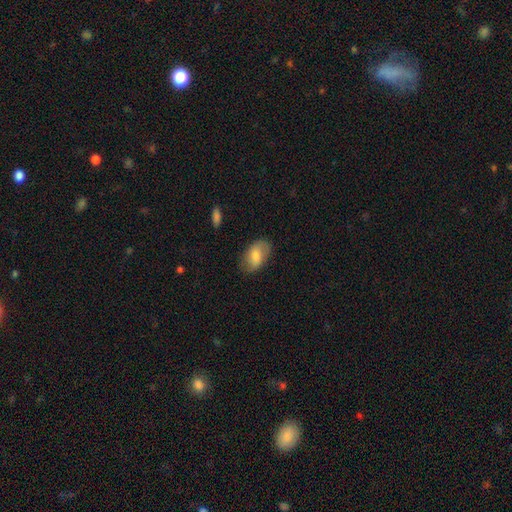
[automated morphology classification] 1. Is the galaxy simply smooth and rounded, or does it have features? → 69% smooth, 24% featured or disk, 7% star or artifact.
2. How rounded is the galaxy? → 92% in between, 7% round, 2% cigar-shaped.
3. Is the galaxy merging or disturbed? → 74% none, 19% minor disturbance, 5% major disturbance, 1% merger.